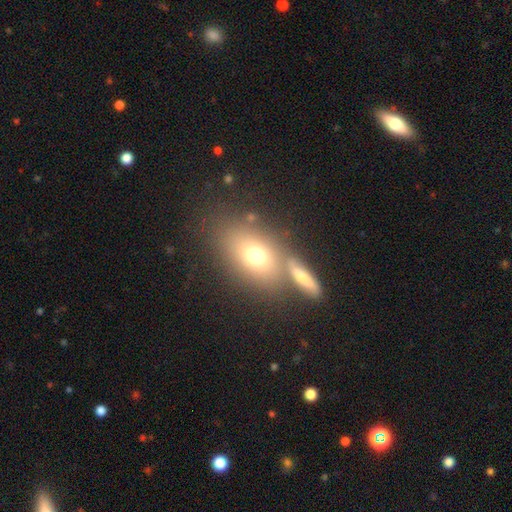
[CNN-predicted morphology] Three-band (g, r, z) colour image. It shows a smooth galaxy with no disk features (69%) that is in between round and cigar-shaped (75%). Merging: none (57%).